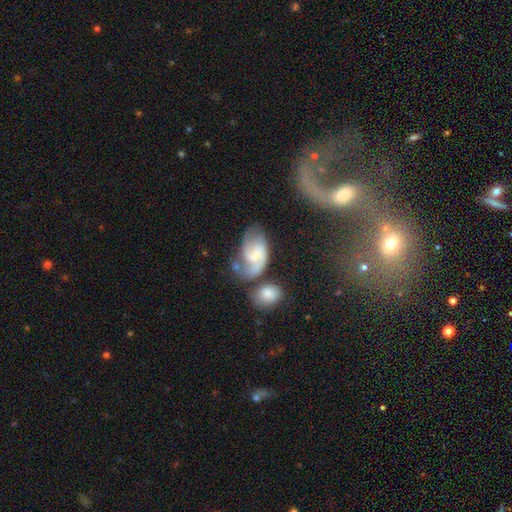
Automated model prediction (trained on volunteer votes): This is likely a featured or disk galaxy (71%). It is clearly not viewed edge-on (97%). Bar: possibly weak (51%). Spiral arm pattern: clearly yes (91%). Spiral arm count: likely 2 (68%). Spiral winding: possibly medium (48%). Central bulge: marginally small (43%). Merging: marginally none (39%).